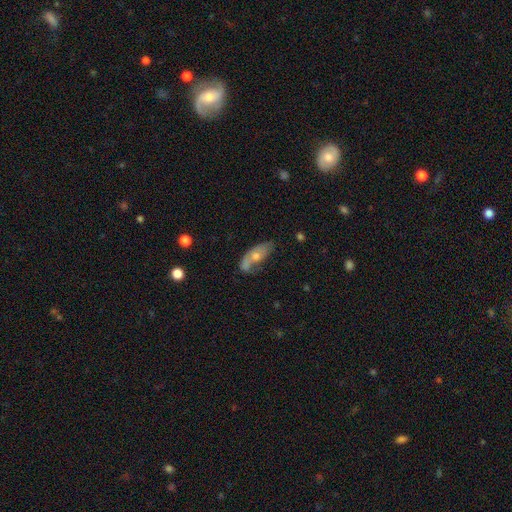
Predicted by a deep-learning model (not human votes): A smooth galaxy with no disk features (54%) that is in between round and cigar-shaped (74%).

Vote fractions:
- Smooth or featured? smooth: 54% / featured or disk: 39% / star or artifact: 8%
- How rounded? in between: 74% / cigar-shaped: 22% / round: 4%
- Merging? none: 38% / minor disturbance: 29% / major disturbance: 17% / merger: 16%